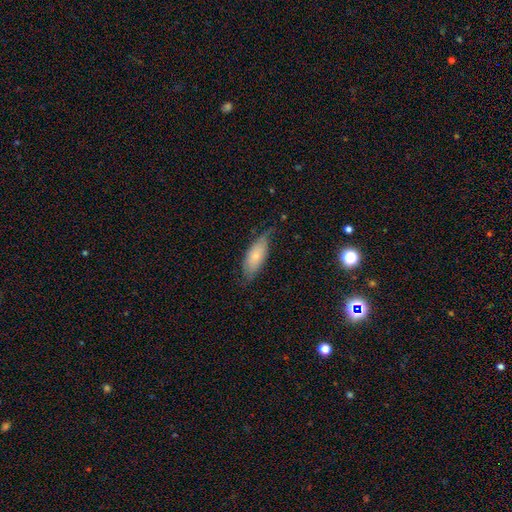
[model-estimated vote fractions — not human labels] Smooth or featured? smooth (68%)
How rounded? in between (81%)
Merging? none (58%)